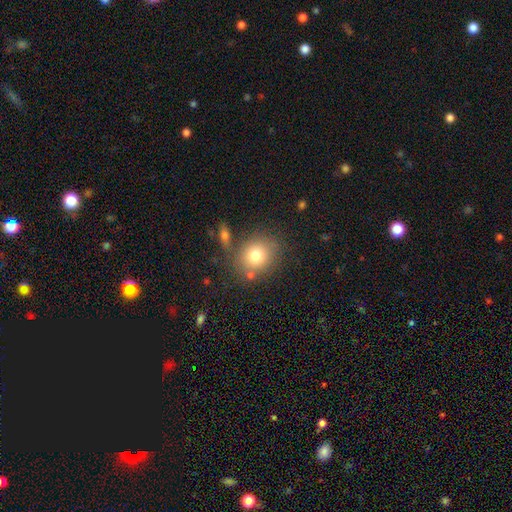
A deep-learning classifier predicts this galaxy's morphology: A smooth galaxy with no disk features (77%) that is round (73%). Merging: none (72%).